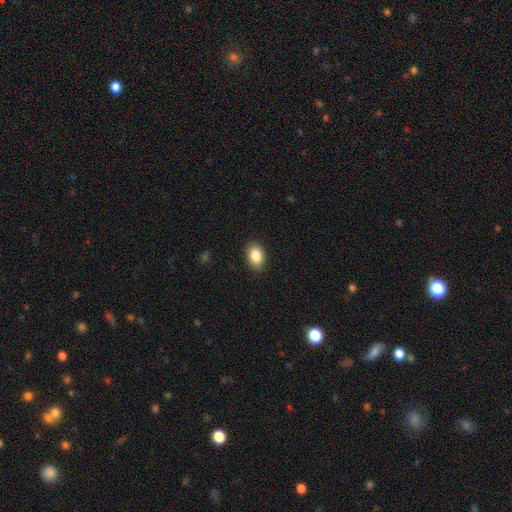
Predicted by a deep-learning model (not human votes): Smooth or featured? Predicted: smooth (p=0.88). How rounded? Predicted: in between (p=0.89). Merging? Predicted: none (p=0.88).